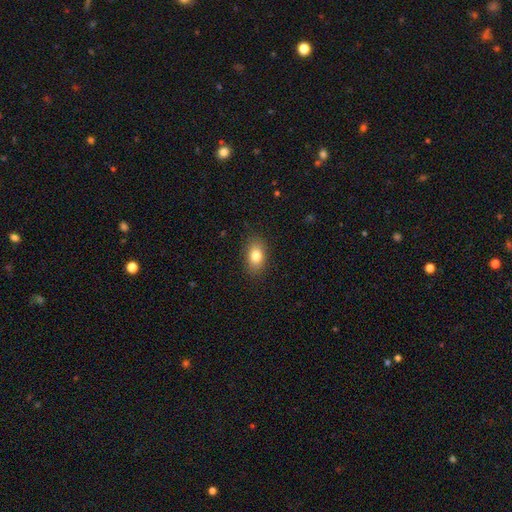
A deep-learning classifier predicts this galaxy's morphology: The model was most divided on "how rounded": in between: 85%, round: 13%, cigar-shaped: 2%. More confident: merging — none (87%); smooth or featured — smooth (82%).